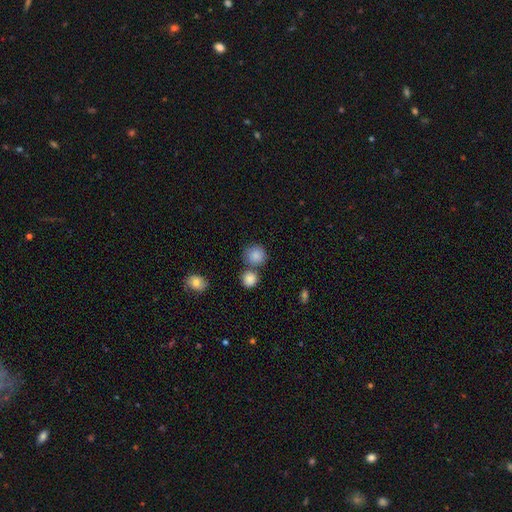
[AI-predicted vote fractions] Smooth or featured? smooth (86%)
How rounded? round (87%)
Merging? none (63%)